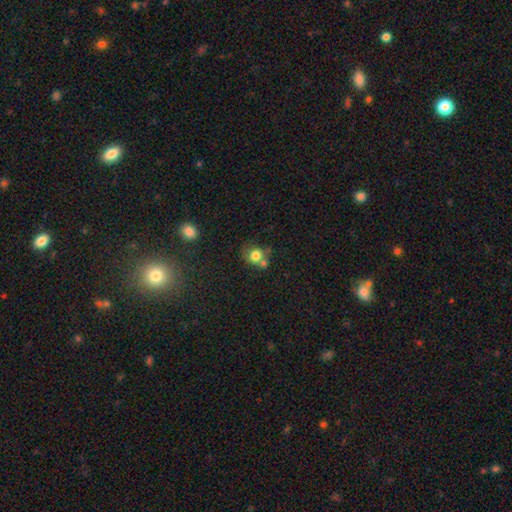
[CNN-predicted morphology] Smooth or featured: smooth — 76% (featured or disk — 12%)
How rounded: round — 77% (in between — 22%)
Merging: none — 42% (merger — 34%)